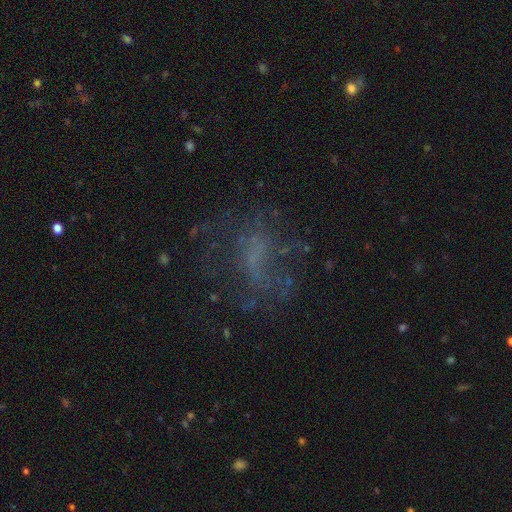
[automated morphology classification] Overall: featured or disk (48%; star or artifact 27%). Merging: none (51%; major disturbance 29%).